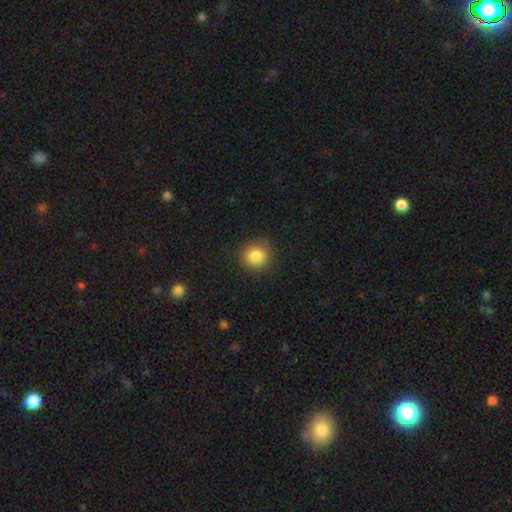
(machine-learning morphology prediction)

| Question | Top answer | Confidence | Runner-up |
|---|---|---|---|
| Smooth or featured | smooth | 84% | star or artifact (11%) |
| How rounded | round | 89% | in between (10%) |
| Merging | none | 88% | minor disturbance (9%) |